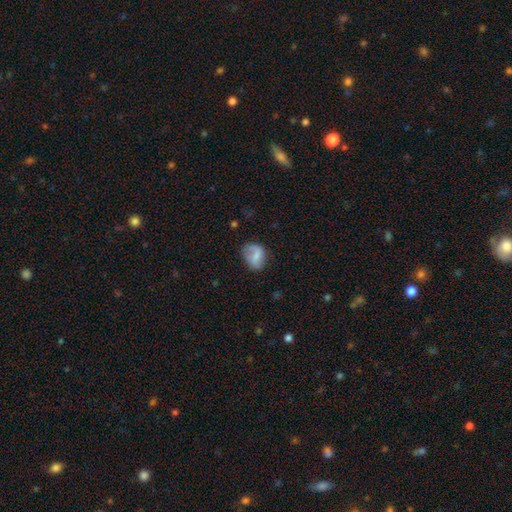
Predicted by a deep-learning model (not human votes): smooth-or-featured: smooth: 67% | featured or disk: 25% | star or artifact: 8%
  how-rounded: in between: 63% | round: 36% | cigar-shaped: 1%
  merging: none: 55% | minor disturbance: 29% | major disturbance: 14% | merger: 2%